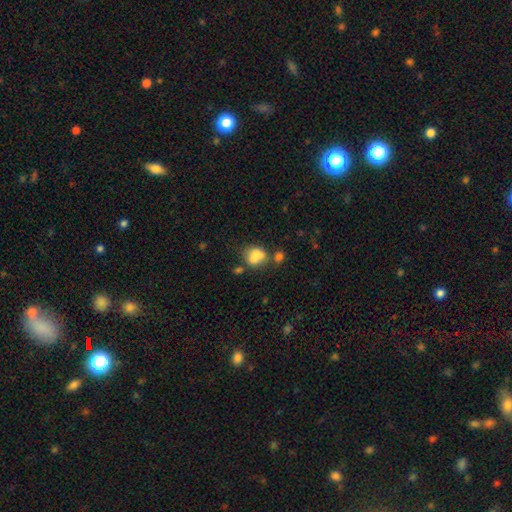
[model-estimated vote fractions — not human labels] Q: Smooth or featured?
A: smooth (69%); runner-up: featured or disk (20%)
Q: How rounded?
A: in between (51%); runner-up: round (47%)
Q: Merging?
A: merger (40%); runner-up: none (34%)